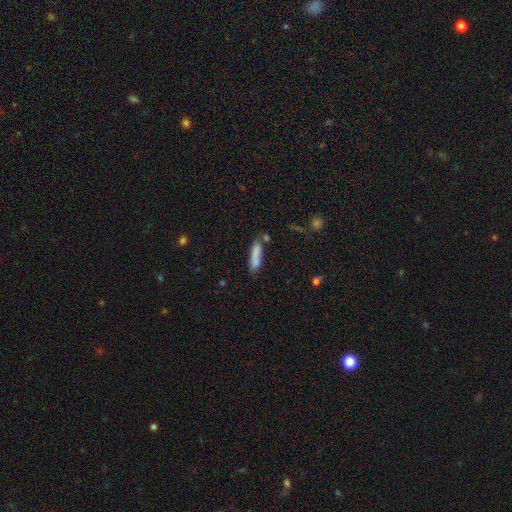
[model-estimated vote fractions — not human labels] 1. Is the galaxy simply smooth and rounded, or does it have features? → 80% smooth, 12% featured or disk, 8% star or artifact.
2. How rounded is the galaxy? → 74% cigar-shaped, 24% in between, 2% round.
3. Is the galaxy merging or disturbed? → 60% none, 19% minor disturbance, 15% merger, 6% major disturbance.